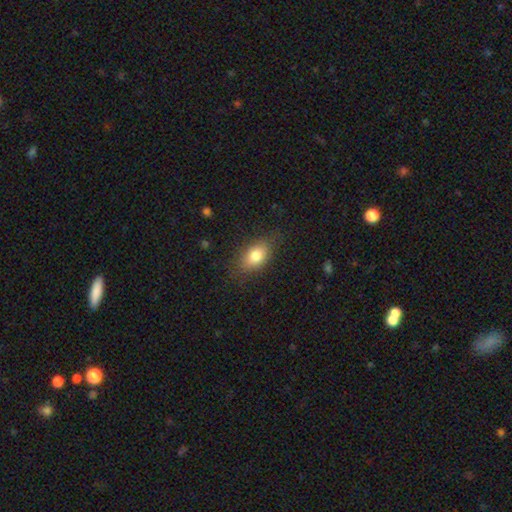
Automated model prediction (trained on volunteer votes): smooth_or_featured: smooth (p=0.80) [alt: featured or disk p=0.11]
how_rounded: in between (p=0.86) [alt: round p=0.11]
merging: none (p=0.79) [alt: minor disturbance p=0.15]